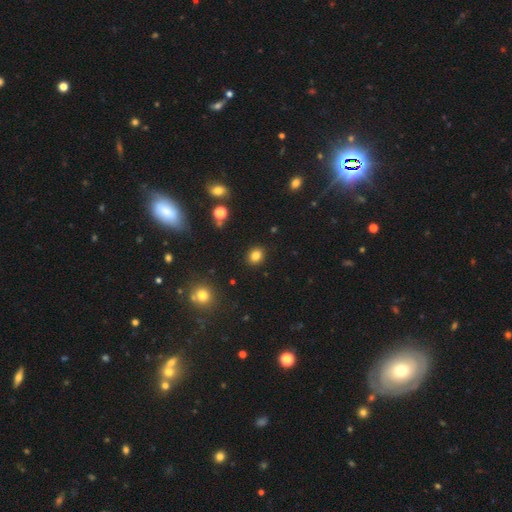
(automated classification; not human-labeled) Smooth or featured? Predicted: smooth (p=0.82). How rounded? Predicted: round (p=0.60). Merging? Predicted: none (p=0.90).